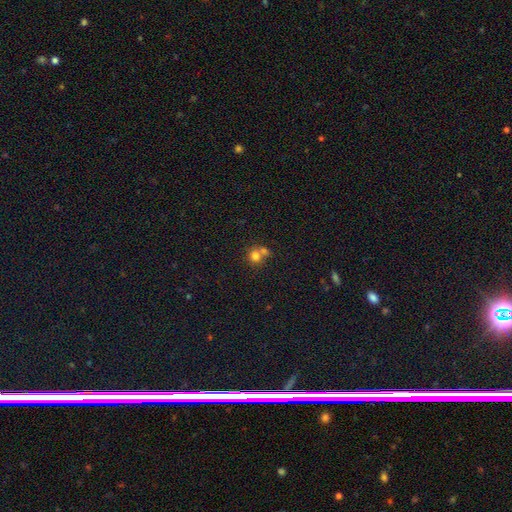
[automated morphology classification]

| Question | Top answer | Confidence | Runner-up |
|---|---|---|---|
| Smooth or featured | smooth | 77% | star or artifact (12%) |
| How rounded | round | 82% | in between (17%) |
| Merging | merger | 49% | none (40%) |